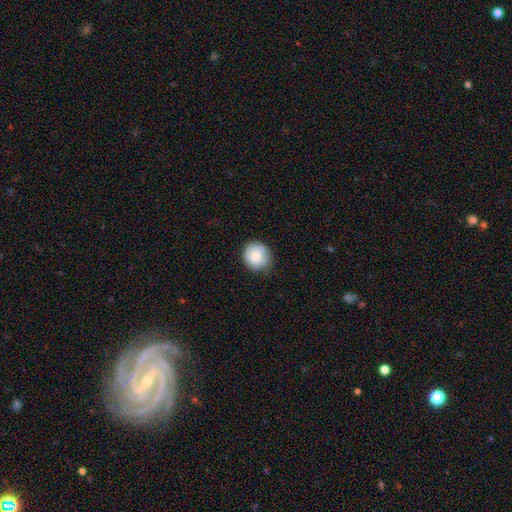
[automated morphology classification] The model was most divided on "merging": none: 81%, minor disturbance: 15%, major disturbance: 3%, merger: 1%. More confident: how rounded — round (92%); smooth or featured — smooth (80%).